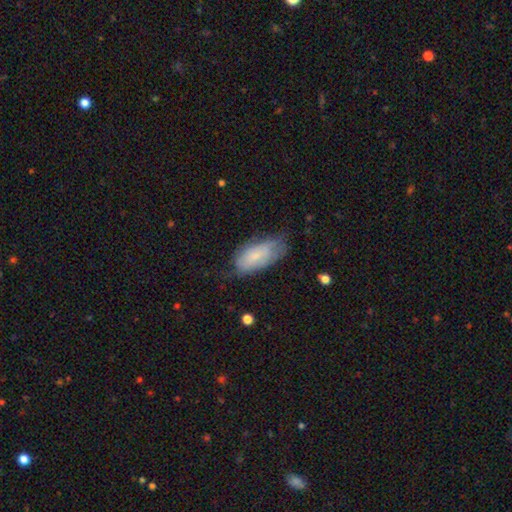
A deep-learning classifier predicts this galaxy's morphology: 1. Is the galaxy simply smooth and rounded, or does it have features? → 67% smooth, 26% featured or disk, 7% star or artifact.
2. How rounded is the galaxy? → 89% in between, 9% cigar-shaped, 2% round.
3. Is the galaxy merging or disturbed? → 50% none, 36% minor disturbance, 13% major disturbance, 2% merger.